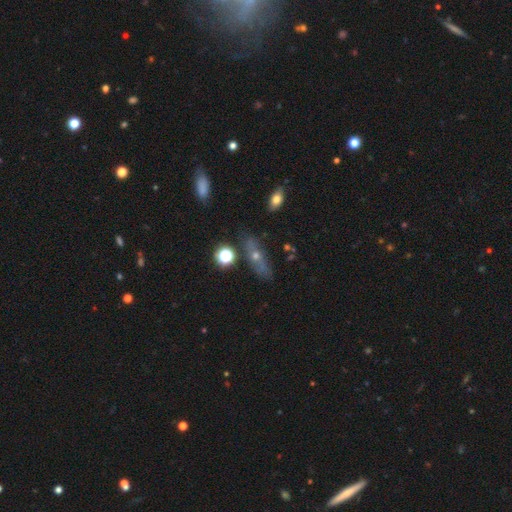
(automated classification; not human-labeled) Q: Smooth or featured?
A: featured or disk (44%); runner-up: smooth (37%)
Q: Merging?
A: none (74%); runner-up: minor disturbance (16%)